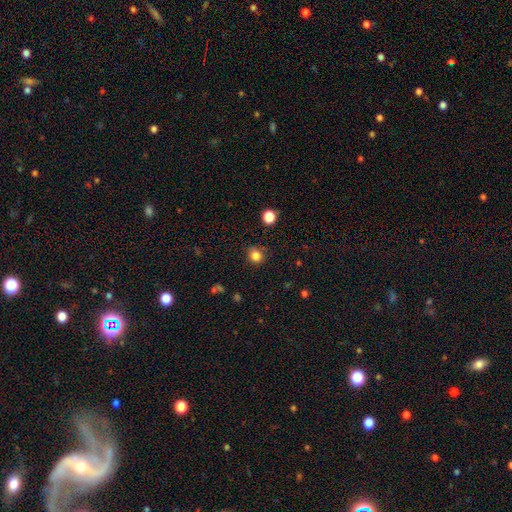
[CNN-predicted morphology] smooth_or_featured: smooth (p=0.83) [alt: star or artifact p=0.13]
how_rounded: round (p=0.82) [alt: in between p=0.17]
merging: none (p=0.83) [alt: minor disturbance p=0.12]